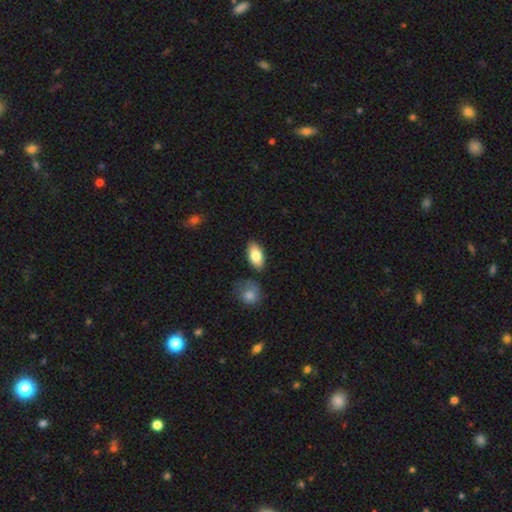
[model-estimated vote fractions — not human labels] smooth_or_featured: smooth (p=0.83) [alt: featured or disk p=0.11]
how_rounded: in between (p=0.93) [alt: round p=0.04]
merging: none (p=0.82) [alt: minor disturbance p=0.11]